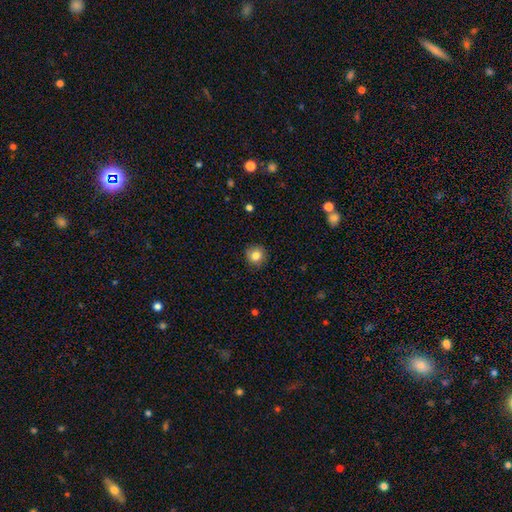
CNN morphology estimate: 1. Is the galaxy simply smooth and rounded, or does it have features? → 82% smooth, 10% star or artifact, 7% featured or disk.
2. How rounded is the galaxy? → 92% round, 7% in between, 1% cigar-shaped.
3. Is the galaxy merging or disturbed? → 87% none, 10% minor disturbance, 2% major disturbance, 1% merger.